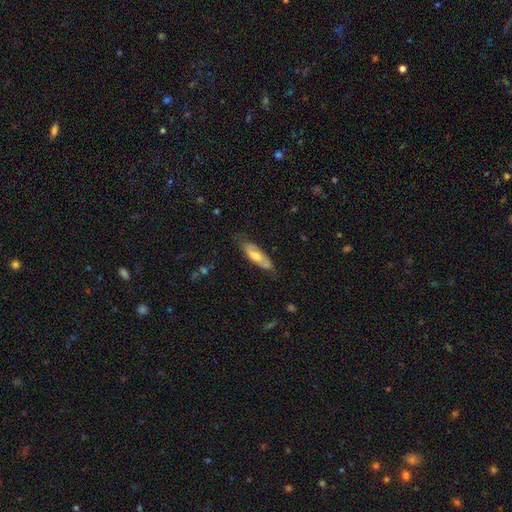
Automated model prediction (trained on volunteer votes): A smooth galaxy with no disk features (48%). Merging: none (71%).